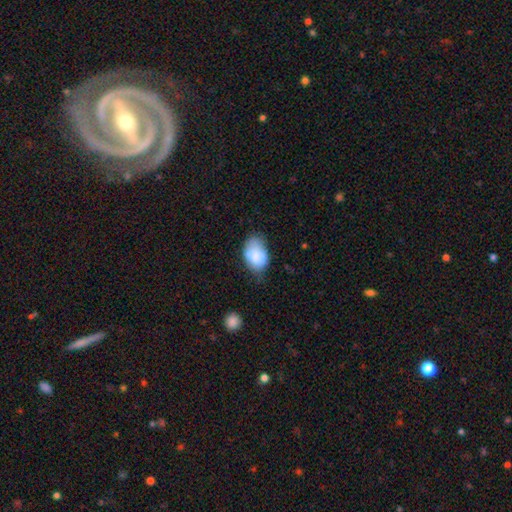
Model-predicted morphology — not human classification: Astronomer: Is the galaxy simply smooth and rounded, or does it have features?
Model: smooth — 80%.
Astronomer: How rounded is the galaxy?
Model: in between — 85%.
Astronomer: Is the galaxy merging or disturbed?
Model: none — 45% (runner-up: minor disturbance, 38%).